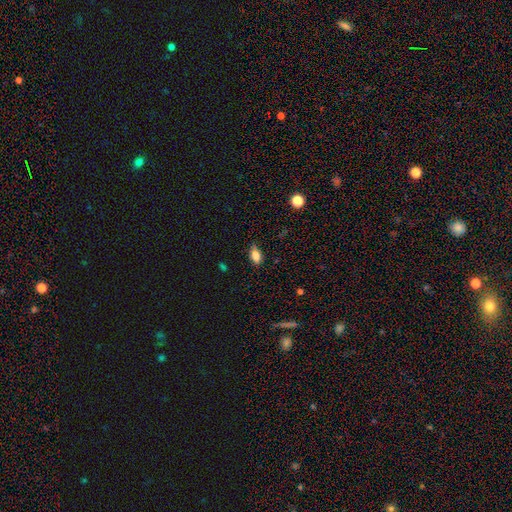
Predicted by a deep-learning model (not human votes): Q: Smooth or featured?
A: smooth (81%); runner-up: featured or disk (9%)
Q: How rounded?
A: in between (86%); runner-up: cigar-shaped (8%)
Q: Merging?
A: none (77%); runner-up: minor disturbance (19%)